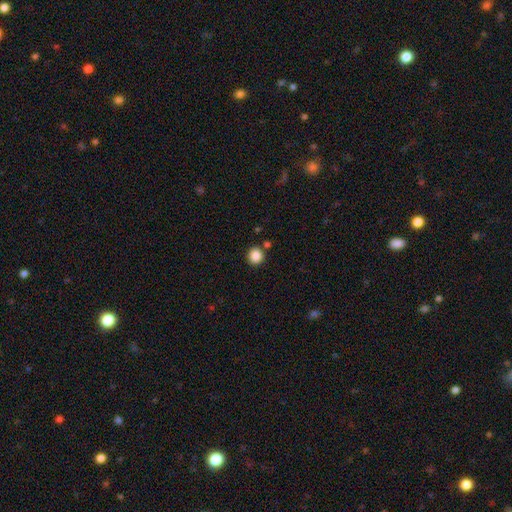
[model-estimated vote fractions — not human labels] Smooth or featured? smooth (87%)
How rounded? round (91%)
Merging? none (85%)